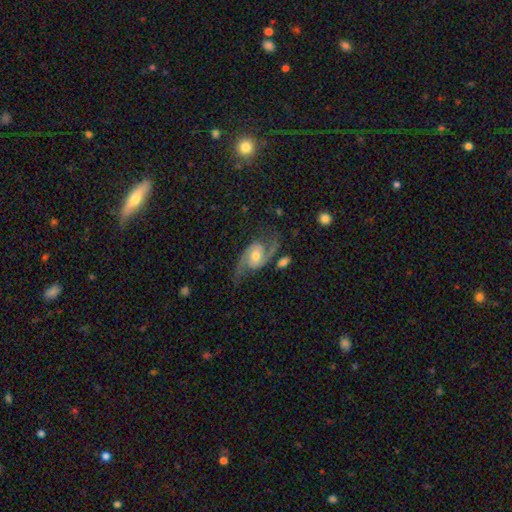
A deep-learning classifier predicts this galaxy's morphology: A featured or disk galaxy (87%) with no bar (56%), 2 (93%) medium (49%) spiral arms (97%) and a moderate central bulge (65%). Merging: none (70%).